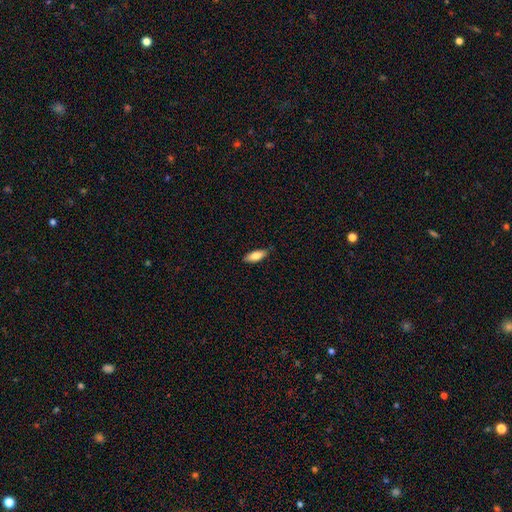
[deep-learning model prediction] The model was most divided on "how rounded": in between: 71%, cigar-shaped: 27%, round: 2%. More confident: merging — none (83%); smooth or featured — smooth (81%).